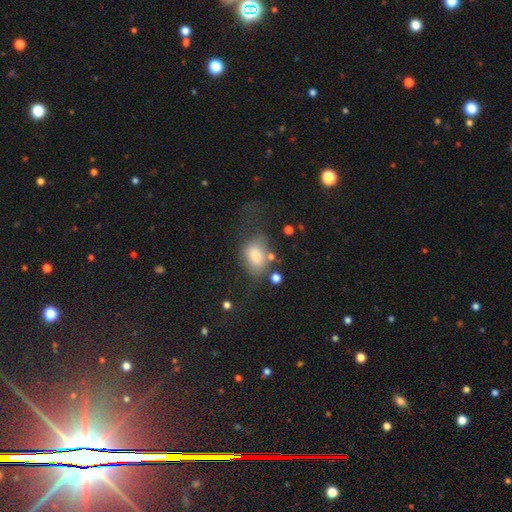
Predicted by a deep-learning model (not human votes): This is likely a smooth galaxy (78%). How rounded: clearly in between (80%). Merging: marginally none (40%).